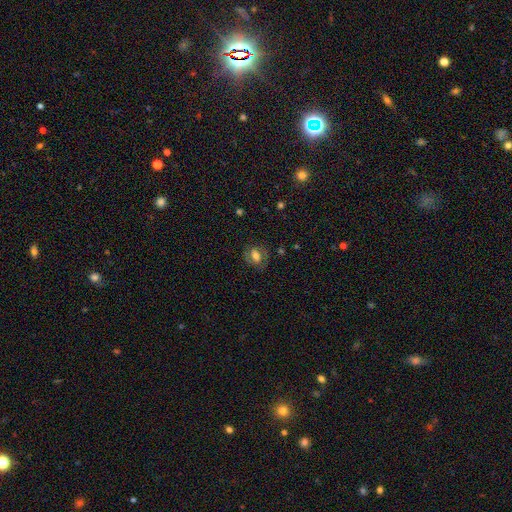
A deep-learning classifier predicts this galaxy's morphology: This is possibly a smooth galaxy (48%). Merging: likely none (73%).